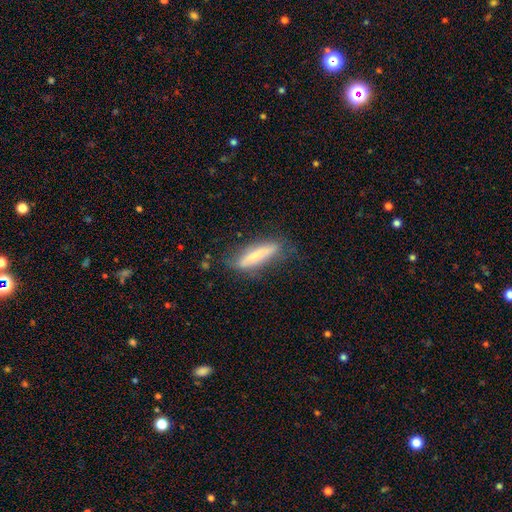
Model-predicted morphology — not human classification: This appears to be a smooth galaxy with no disk features (63%) that is cigar-shaped (77%). Merging: none (69%).